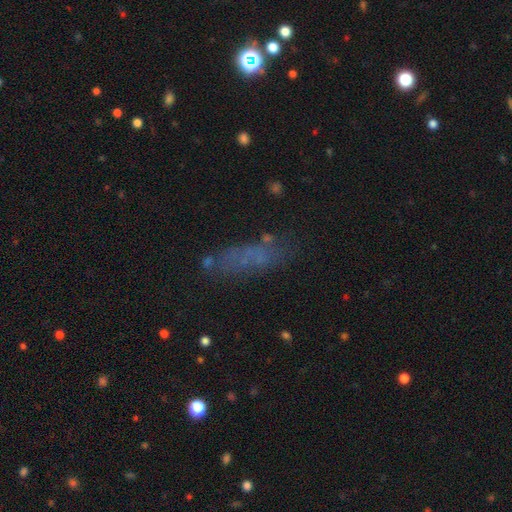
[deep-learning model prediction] Morphology: type=smooth (53%); roundness=cigar-shaped (57%); merging=none (65%).